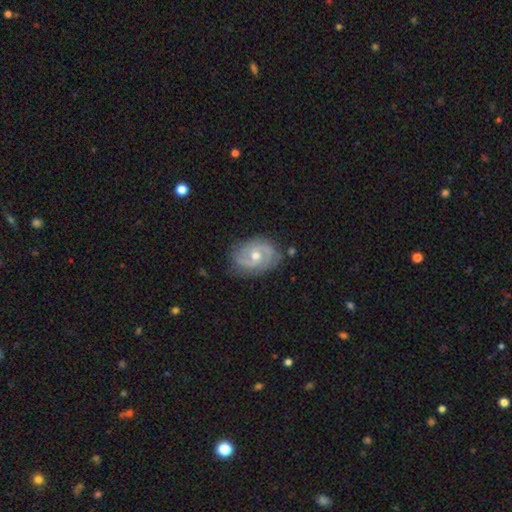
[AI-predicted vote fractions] Smooth or featured: featured or disk — 77% (smooth — 16%)
Edge-on disk: no — 96% (yes — 4%)
Bar: no — 60% (weak — 33%)
Spiral arms: yes — 89% (no — 11%)
Spiral winding: tight — 45% (medium — 40%)
Spiral arm count: 2 — 67% (can't tell — 17%)
Bulge size: moderate — 71% (small — 24%)
Merging: none — 75% (minor disturbance — 19%)